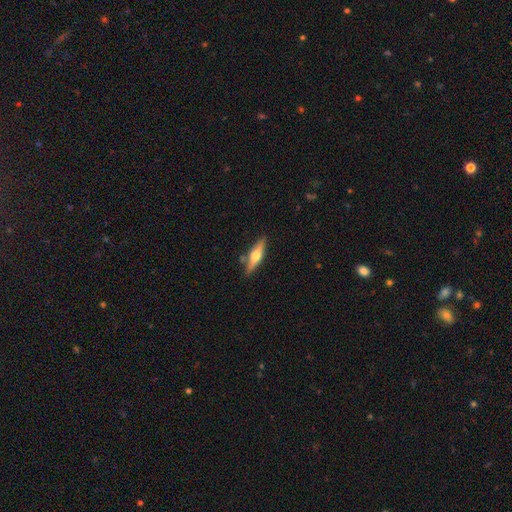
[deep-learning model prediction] Smooth or featured?
  - featured or disk: 56% *
  - smooth: 38%
  - star or artifact: 6%
Edge-on disk?
  - yes: 94% *
  - no: 6%
Edge-on bulge?
  - rounded: 92% *
  - boxy: 4%
  - none: 3%
Merging?
  - none: 80% *
  - minor disturbance: 12%
  - merger: 5%
  - major disturbance: 3%